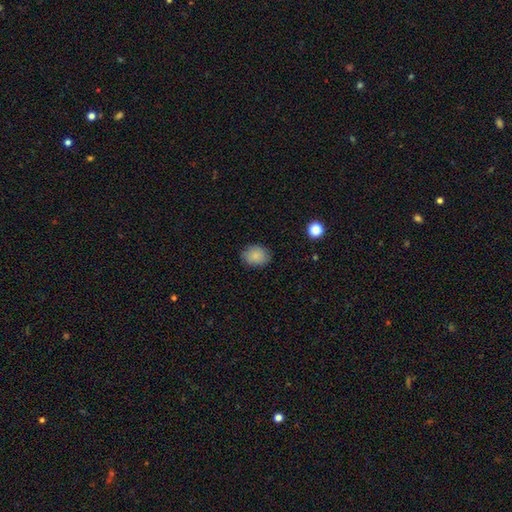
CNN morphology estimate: smooth_or_featured: smooth (p=0.87) [alt: star or artifact p=0.09]
how_rounded: in between (p=0.53) [alt: round p=0.47]
merging: none (p=0.85) [alt: minor disturbance p=0.11]